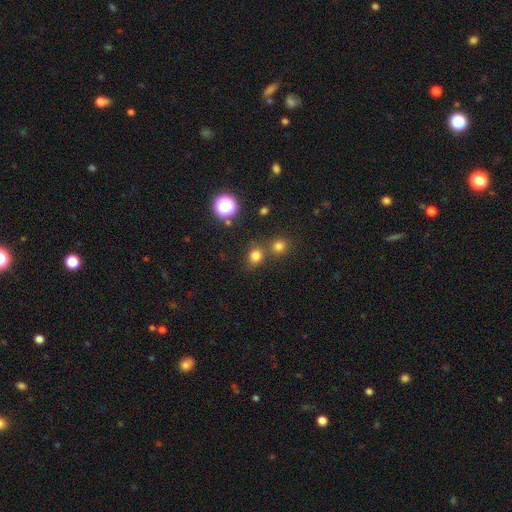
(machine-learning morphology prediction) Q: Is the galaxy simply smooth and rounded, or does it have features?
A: smooth — 75%.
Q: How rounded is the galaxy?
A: round — 79%.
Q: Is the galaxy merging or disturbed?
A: none — 66%.